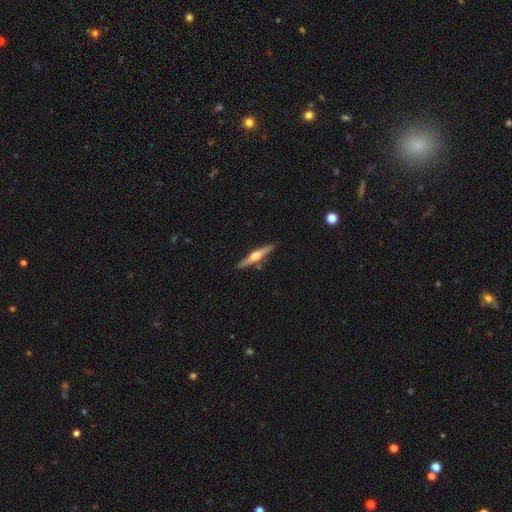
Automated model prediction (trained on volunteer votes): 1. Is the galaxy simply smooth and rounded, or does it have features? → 62% featured or disk, 33% smooth, 6% star or artifact.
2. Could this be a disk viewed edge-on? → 97% yes, 3% no.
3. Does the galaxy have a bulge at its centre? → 85% rounded, 9% boxy, 6% none.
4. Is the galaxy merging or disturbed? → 87% none, 9% minor disturbance, 3% merger, 2% major disturbance.